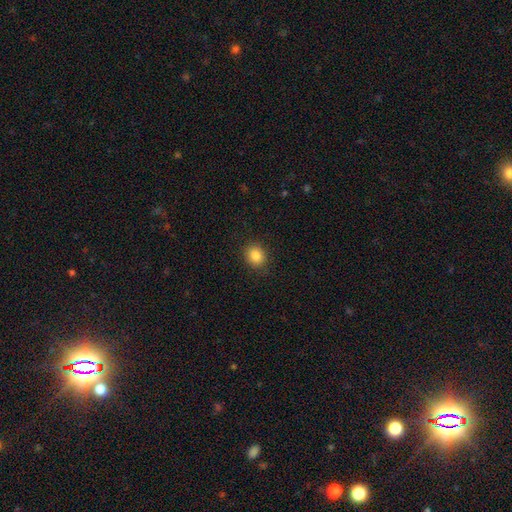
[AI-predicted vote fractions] Smooth or featured?
  - smooth: 85% *
  - star or artifact: 10%
  - featured or disk: 5%
How rounded?
  - round: 70% *
  - in between: 29%
  - cigar-shaped: 1%
Merging?
  - none: 88% *
  - minor disturbance: 8%
  - major disturbance: 2%
  - merger: 1%